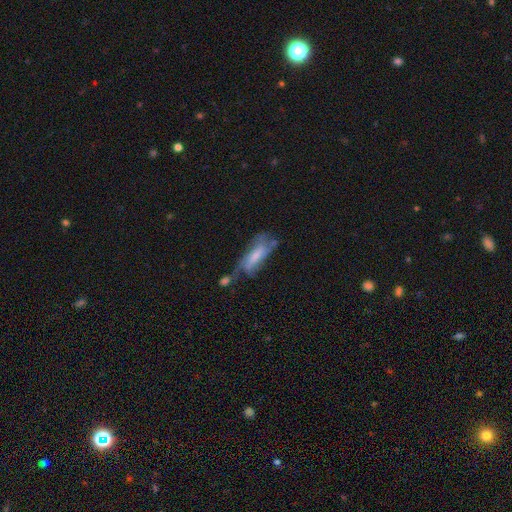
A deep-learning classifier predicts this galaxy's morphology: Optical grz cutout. It shows a smooth galaxy with no disk features (47%). Merging: none (32%).